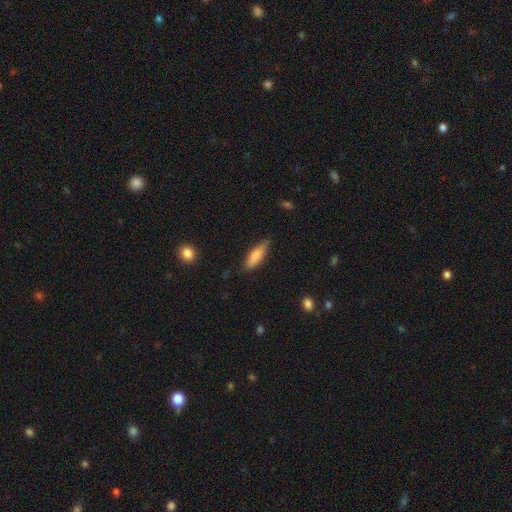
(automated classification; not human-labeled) Overall: smooth (79%). How rounded: in between (54%; cigar-shaped 44%). Merging: none (75%).